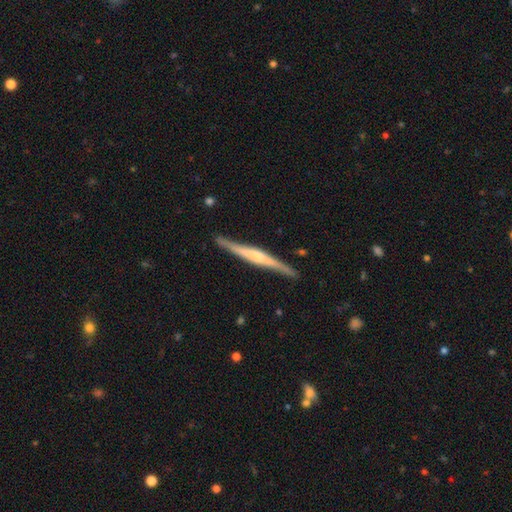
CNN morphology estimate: The model was most divided on "edge-on bulge": rounded: 42%, boxy: 34%, none: 25%. More confident: edge-on disk — yes (96%); merging — none (85%); smooth or featured — featured or disk (71%).